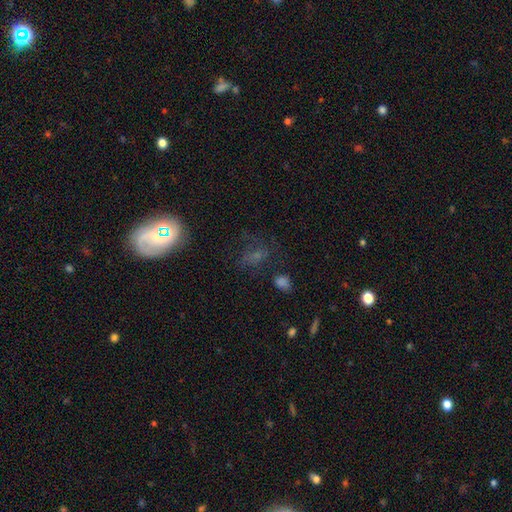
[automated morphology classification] Q: Smooth or featured?
A: smooth (41%); runner-up: star or artifact (35%)
Q: Merging?
A: none (53%); runner-up: major disturbance (21%)